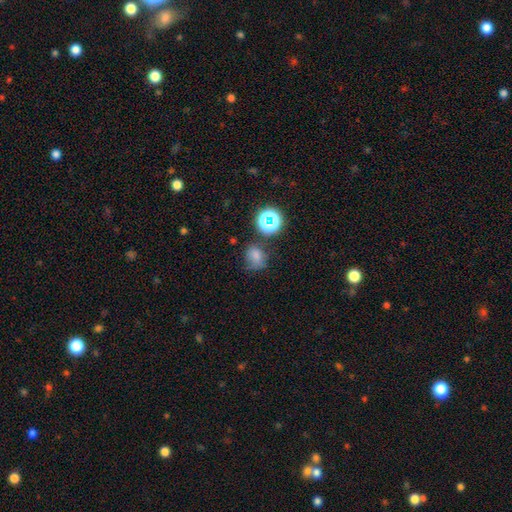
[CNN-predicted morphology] Q: Smooth or featured?
A: smooth (69%); runner-up: star or artifact (21%)
Q: How rounded?
A: round (57%); runner-up: in between (42%)
Q: Merging?
A: none (57%); runner-up: minor disturbance (25%)